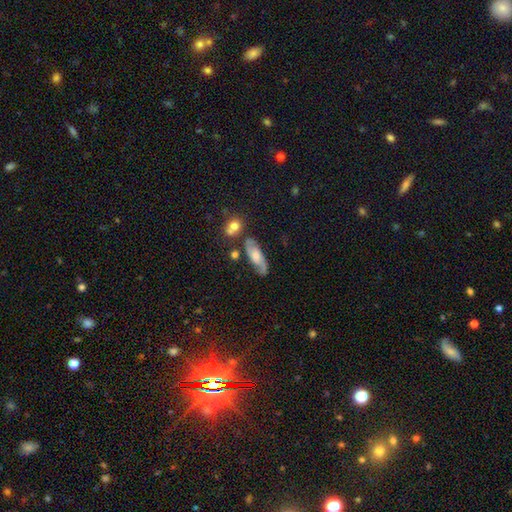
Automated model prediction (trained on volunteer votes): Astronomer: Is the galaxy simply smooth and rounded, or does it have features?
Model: featured or disk — 60%.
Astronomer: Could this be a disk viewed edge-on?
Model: no — 85%.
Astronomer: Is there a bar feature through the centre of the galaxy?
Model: no — 60%.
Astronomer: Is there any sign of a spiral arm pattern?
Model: yes — 87%.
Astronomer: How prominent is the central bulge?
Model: moderate — 54% (runner-up: small, 36%).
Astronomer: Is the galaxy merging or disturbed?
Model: none — 65%.